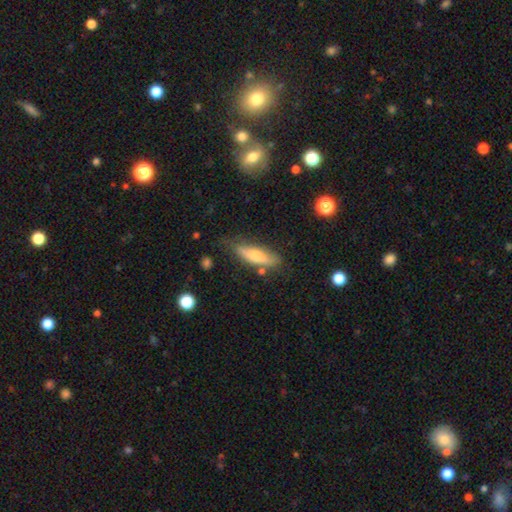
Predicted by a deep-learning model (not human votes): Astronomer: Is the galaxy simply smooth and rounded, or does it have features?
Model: smooth — 71%.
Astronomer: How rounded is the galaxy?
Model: cigar-shaped — 57% (runner-up: in between, 41%).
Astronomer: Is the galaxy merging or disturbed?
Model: none — 61%.